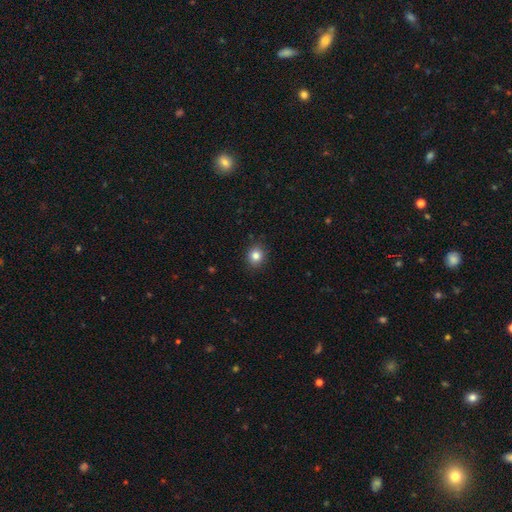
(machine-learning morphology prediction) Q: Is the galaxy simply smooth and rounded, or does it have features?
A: smooth — 83%.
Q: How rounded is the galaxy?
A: round — 79%.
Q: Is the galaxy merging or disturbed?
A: none — 89%.